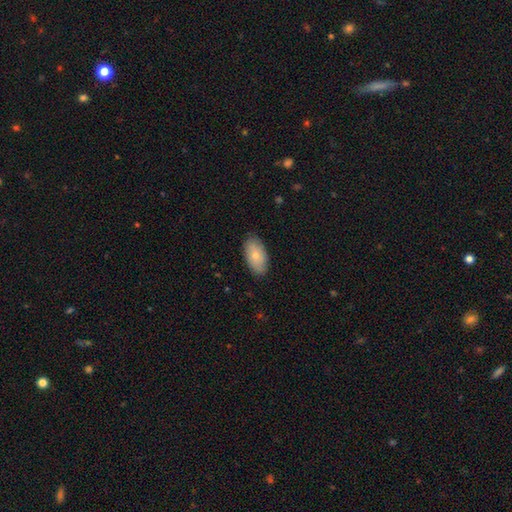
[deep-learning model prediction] Smooth or featured? smooth (74%)
How rounded? in between (94%)
Merging? none (84%)